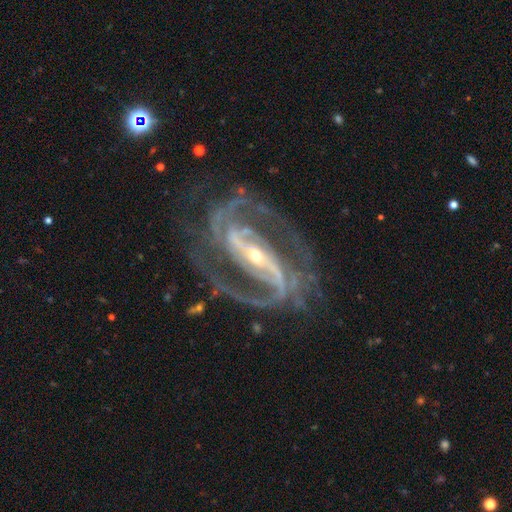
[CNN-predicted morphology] Smooth or featured: featured or disk — 93% (star or artifact — 5%)
Edge-on disk: no — 96% (yes — 4%)
Bar: strong — 73% (weak — 18%)
Spiral arms: yes — 98% (no — 2%)
Spiral winding: medium — 53% (tight — 34%)
Spiral arm count: 2 — 76% (3 — 9%)
Bulge size: small — 72% (moderate — 24%)
Merging: none — 71% (minor disturbance — 15%)